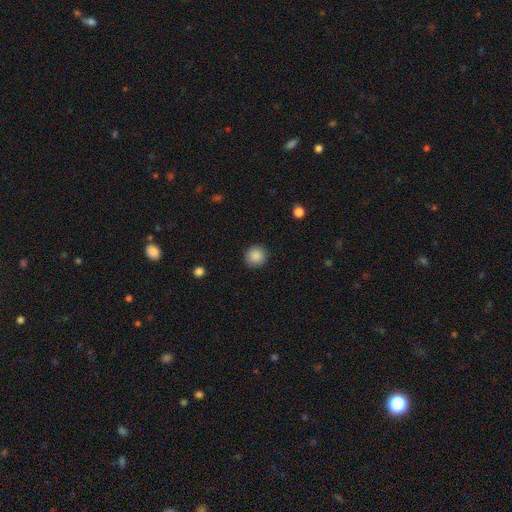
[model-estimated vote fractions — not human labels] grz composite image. It shows a smooth galaxy with no disk features (88%) that is round (92%). Merging: none (90%).